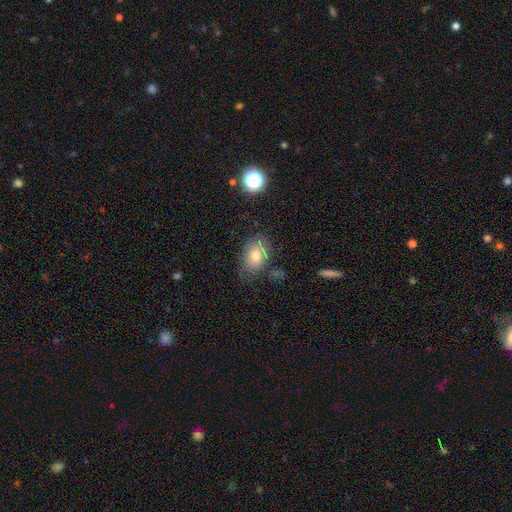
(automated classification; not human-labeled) smooth-or-featured: smooth: 70% | featured or disk: 19% | star or artifact: 11%
  how-rounded: in between: 81% | round: 18% | cigar-shaped: 2%
  merging: none: 64% | minor disturbance: 26% | major disturbance: 7% | merger: 3%